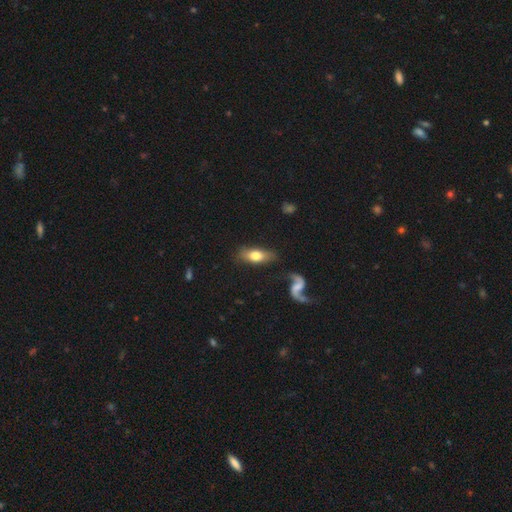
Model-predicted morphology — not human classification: Smooth or featured? Predicted: smooth (p=0.60). How rounded? Predicted: in between (p=0.72). Merging? Predicted: none (p=0.72).